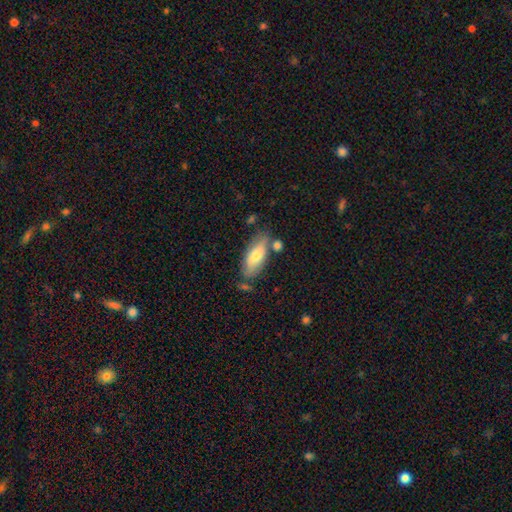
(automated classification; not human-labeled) Smooth or featured? smooth (68%)
How rounded? in between (78%)
Merging? none (68%)